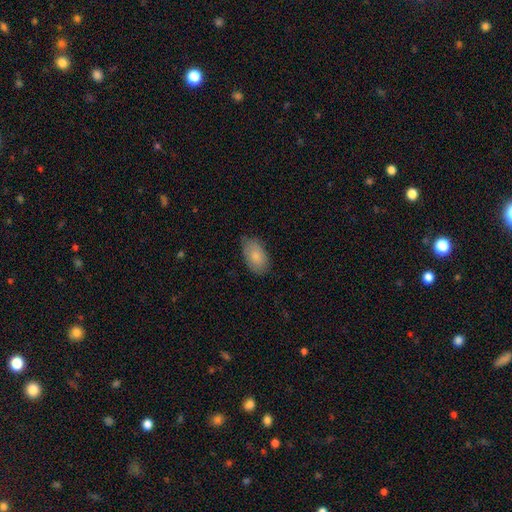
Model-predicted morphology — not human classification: Overall: smooth (82%). How rounded: in between (94%). Merging: none (75%).